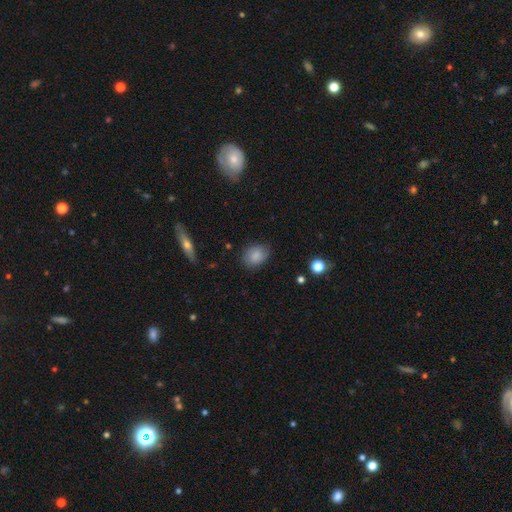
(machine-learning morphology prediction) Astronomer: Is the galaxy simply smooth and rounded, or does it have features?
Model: smooth — 81%.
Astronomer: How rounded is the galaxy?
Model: in between — 65%.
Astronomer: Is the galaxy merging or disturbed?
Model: none — 76%.